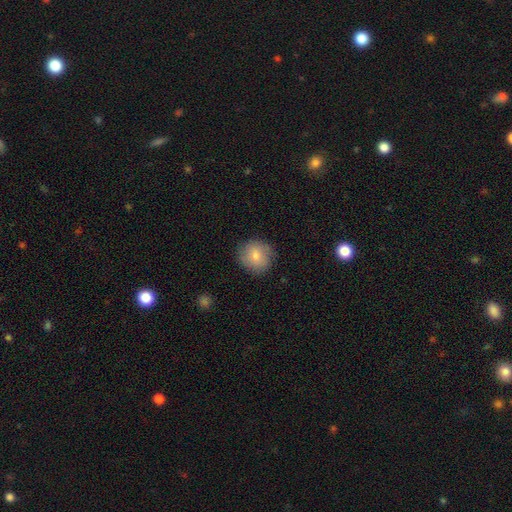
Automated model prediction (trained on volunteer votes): A smooth galaxy with no disk features (80%) that is round (88%).

Vote fractions:
- Smooth or featured? smooth: 80% / featured or disk: 12% / star or artifact: 8%
- How rounded? round: 88% / in between: 11% / cigar-shaped: 1%
- Merging? none: 84% / minor disturbance: 12% / major disturbance: 3% / merger: 1%